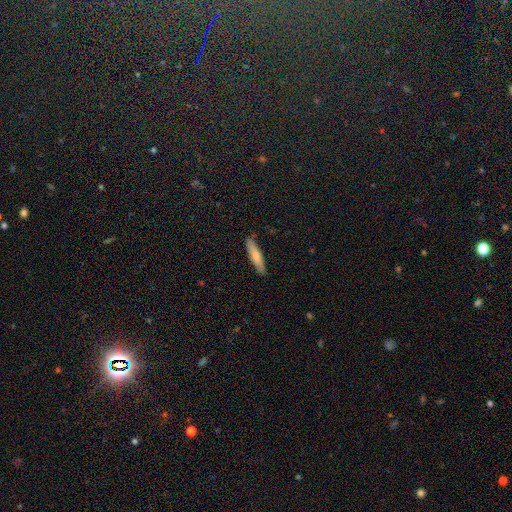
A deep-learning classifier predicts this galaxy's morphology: smooth_or_featured: smooth (p=0.72) [alt: featured or disk p=0.22]
how_rounded: cigar-shaped (p=0.83) [alt: in between p=0.15]
merging: none (p=0.87) [alt: minor disturbance p=0.10]